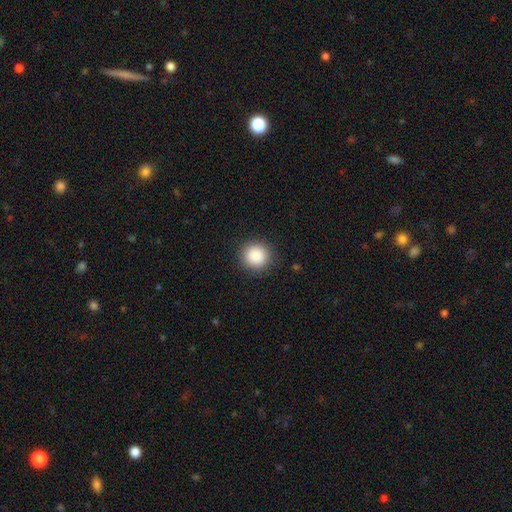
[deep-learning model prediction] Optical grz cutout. It shows a smooth galaxy with no disk features (88%) that is round (92%). Merging: none (90%).